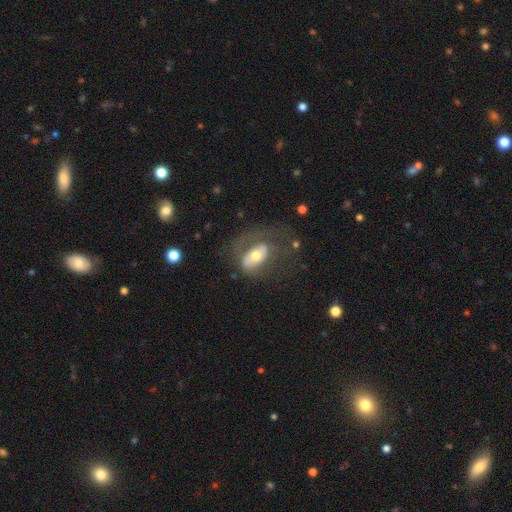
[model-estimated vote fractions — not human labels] A featured or disk galaxy (51%).

Vote fractions:
- Smooth or featured? featured or disk: 51% / smooth: 42% / star or artifact: 7%
- Edge-on disk? no: 90% / yes: 10%
- Merging? major disturbance: 39% / none: 36% / minor disturbance: 21% / merger: 4%